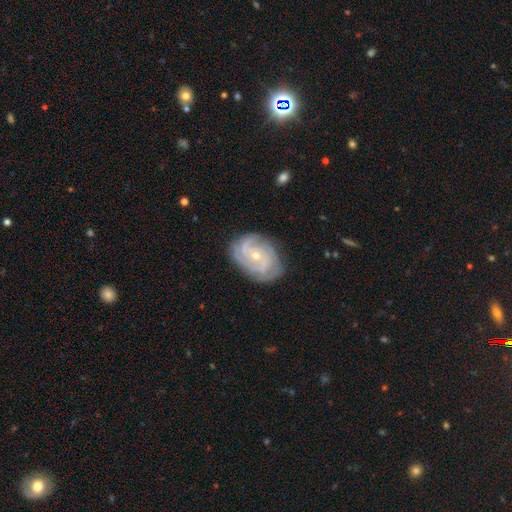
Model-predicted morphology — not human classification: This appears to be a featured or disk galaxy (85%) with no bar (71%), 3 (31%) tight (64%) spiral arms (96%) and a small central bulge (68%). Merging: none (76%).